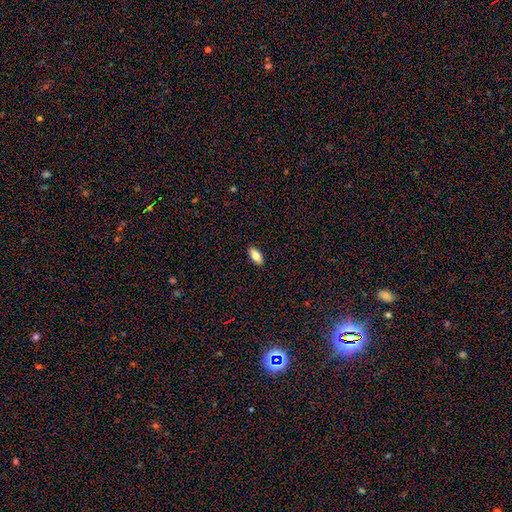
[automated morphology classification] smooth-or-featured: smooth: 82% | featured or disk: 11% | star or artifact: 7%
  how-rounded: in between: 91% | cigar-shaped: 7% | round: 3%
  merging: none: 90% | minor disturbance: 7% | major disturbance: 2% | merger: 1%